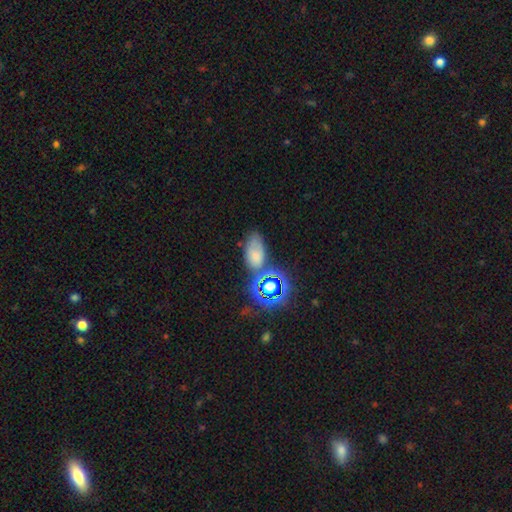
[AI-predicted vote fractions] Morphology: type=smooth (57%); roundness=in between (86%); merging=none (55%).